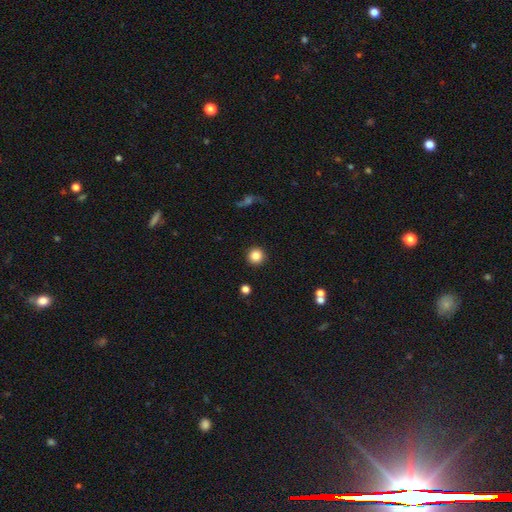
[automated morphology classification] smooth 85%, star or artifact 10%, featured or disk 5%. Down the decision tree: how rounded — round (95%); merging — none (92%).